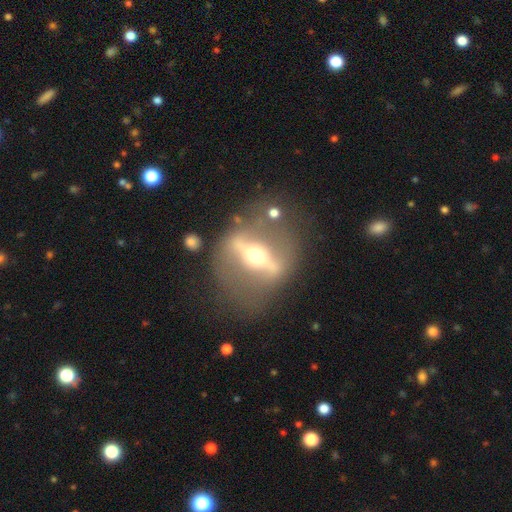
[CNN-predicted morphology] Smooth or featured: featured or disk — 80% (smooth — 12%)
Edge-on disk: no — 52% (yes — 48%)
Merging: none — 71% (minor disturbance — 13%)